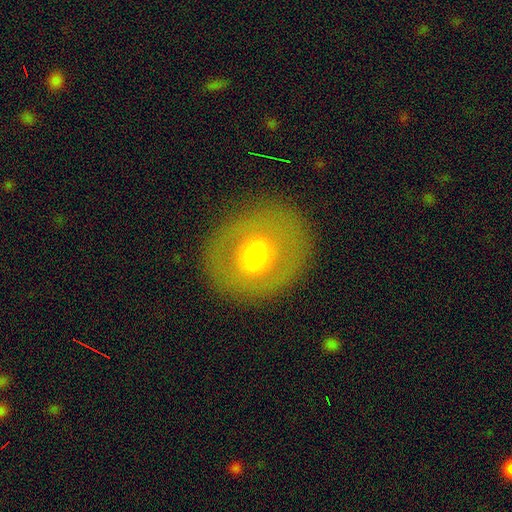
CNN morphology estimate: type=smooth (54%); roundness=round (64%); merging=none (84%).